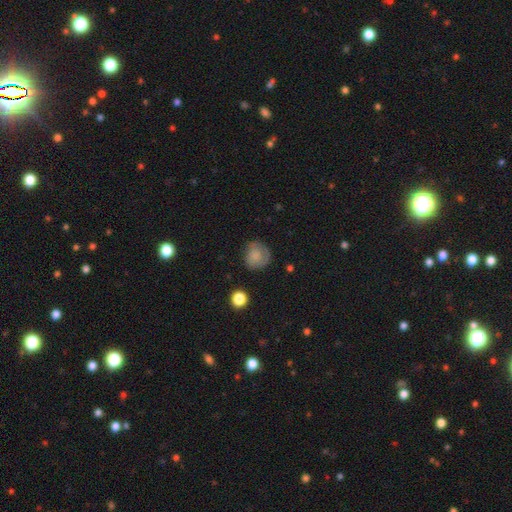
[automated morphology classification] This appears to be a smooth galaxy with no disk features (71%) that is round (82%). Merging: none (67%).